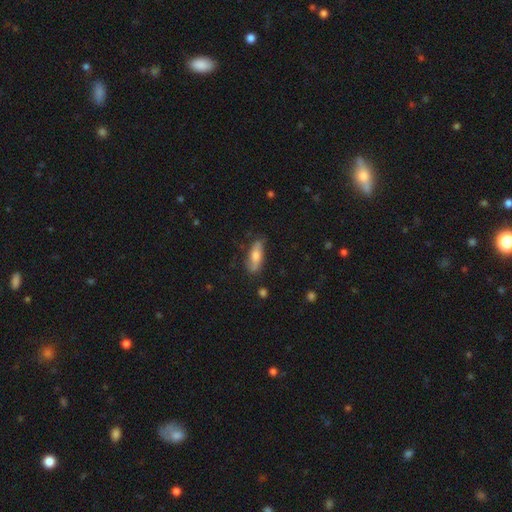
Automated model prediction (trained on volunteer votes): Q: Smooth or featured?
A: smooth (59%); runner-up: featured or disk (33%)
Q: How rounded?
A: in between (55%); runner-up: cigar-shaped (42%)
Q: Merging?
A: none (74%); runner-up: minor disturbance (19%)